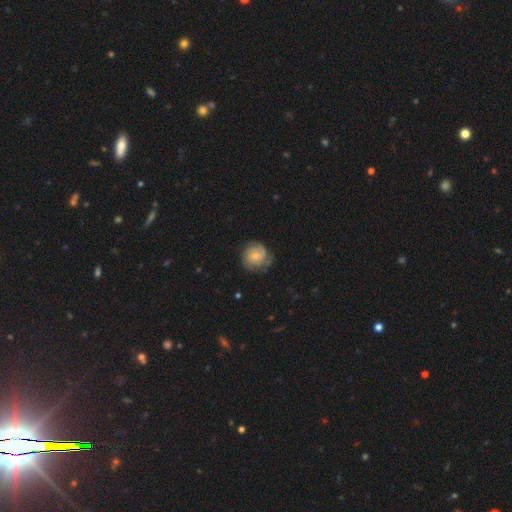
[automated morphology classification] Smooth or featured: featured or disk — 67% (smooth — 27%)
Edge-on disk: no — 98% (yes — 2%)
Bar: no — 65% (weak — 31%)
Spiral arms: yes — 93% (no — 7%)
Spiral winding: tight — 61% (medium — 30%)
Spiral arm count: 2 — 44% (can't tell — 25%)
Bulge size: small — 58% (moderate — 33%)
Merging: none — 74% (minor disturbance — 18%)